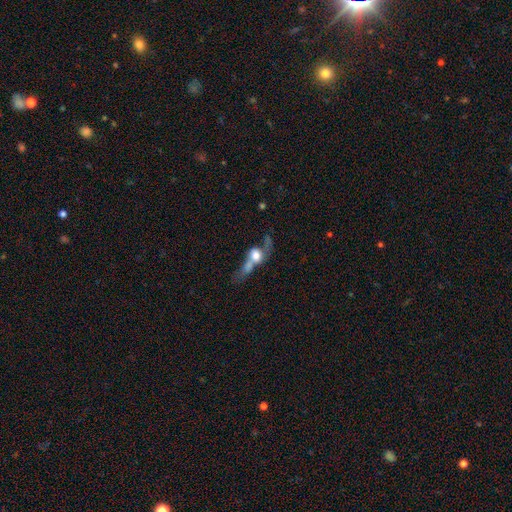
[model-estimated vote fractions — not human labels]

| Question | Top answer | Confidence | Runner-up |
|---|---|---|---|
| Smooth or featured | smooth | 49% | featured or disk (40%) |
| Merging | merger | 54% | major disturbance (22%) |